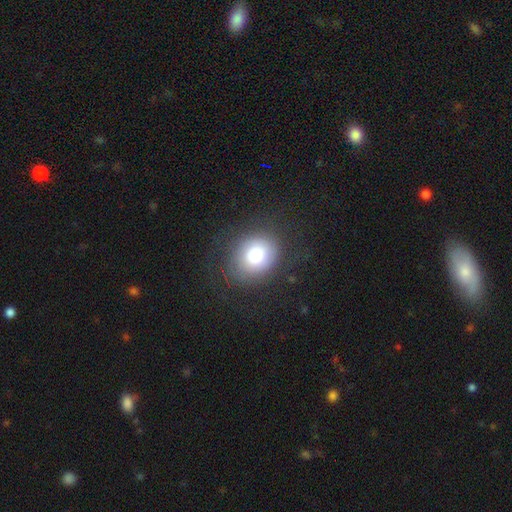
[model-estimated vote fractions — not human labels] Smooth or featured? smooth (75%)
How rounded? round (64%)
Merging? none (76%)